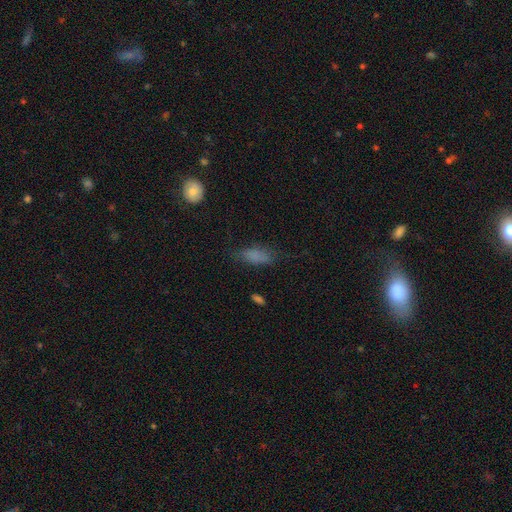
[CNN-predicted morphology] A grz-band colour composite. It shows a smooth galaxy with no disk features (79%) that is in between round and cigar-shaped (71%). Merging: none (66%).